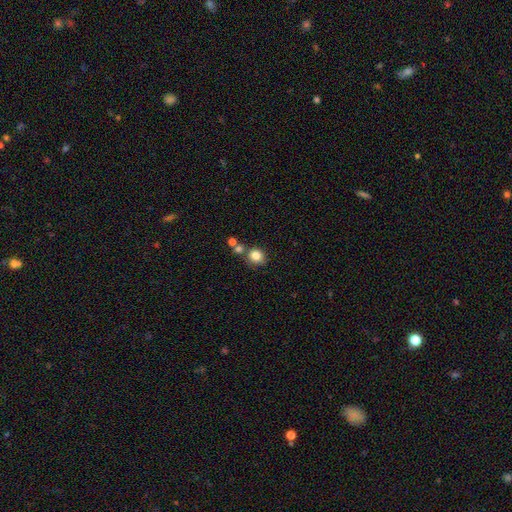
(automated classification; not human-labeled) smooth_or_featured: smooth (p=0.82) [alt: star or artifact p=0.11]
how_rounded: round (p=0.82) [alt: in between p=0.17]
merging: none (p=0.67) [alt: merger p=0.18]